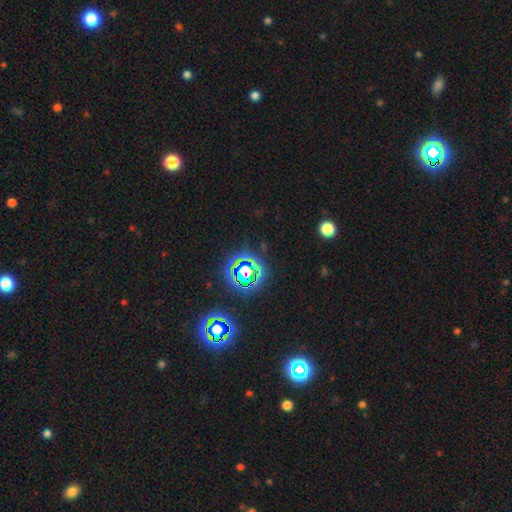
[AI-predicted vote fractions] Overall: star or artifact (78%).